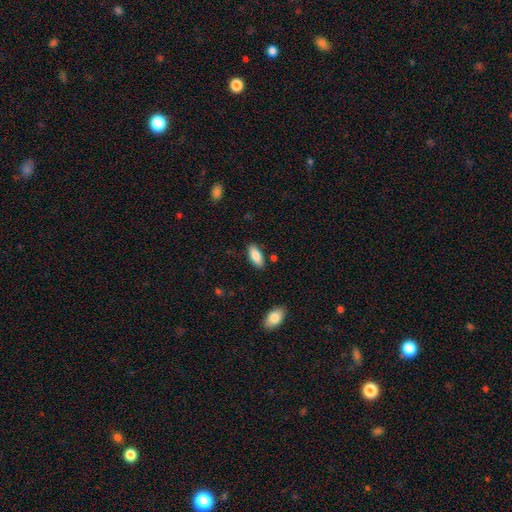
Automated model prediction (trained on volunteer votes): smooth_or_featured: smooth (p=0.85) [alt: featured or disk p=0.08]
how_rounded: in between (p=0.78) [alt: cigar-shaped p=0.20]
merging: none (p=0.85) [alt: minor disturbance p=0.11]